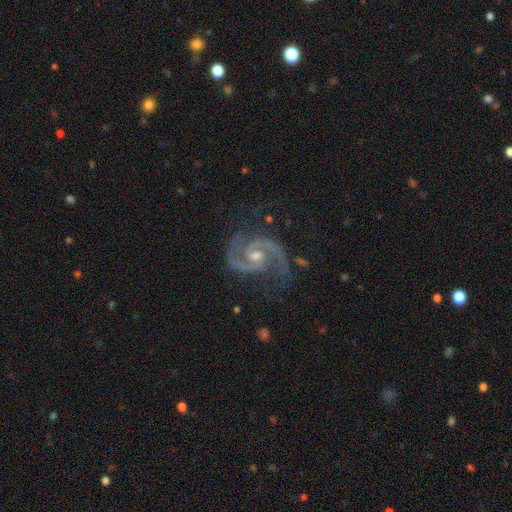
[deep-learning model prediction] A featured or disk galaxy (93%) with no bar (48%), 2 (94%) medium (66%) spiral arms (99%) and a moderate central bulge (57%).

Vote fractions:
- Smooth or featured? featured or disk: 93% / star or artifact: 4% / smooth: 2%
- Edge-on disk? no: 98% / yes: 2%
- Bar? no: 48% / weak: 41% / strong: 10%
- Spiral arms? yes: 99% / no: 1%
- Spiral winding? medium: 66% / tight: 22% / loose: 12%
- Spiral arm count? 2: 94% / 3: 2% / can't tell: 1% / 1: 1% / 4: 1% / more than 4: 1%
- Bulge size? moderate: 57% / small: 37% / none: 2% / large: 2% / dominant: 1%
- Merging? none: 75% / minor disturbance: 17% / major disturbance: 7% / merger: 2%